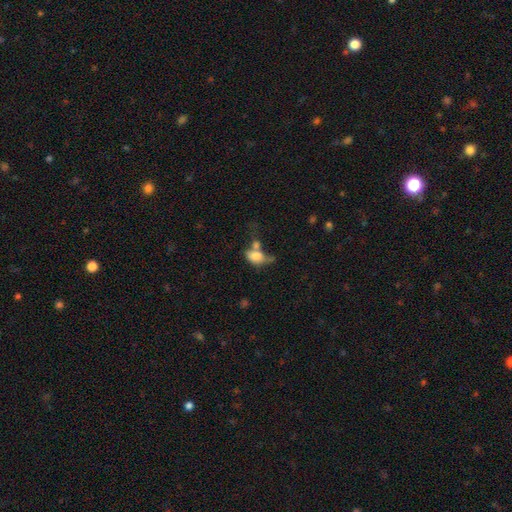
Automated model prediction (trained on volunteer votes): A smooth galaxy with no disk features (70%) that is in between round and cigar-shaped (79%). Merging: merger (44%).